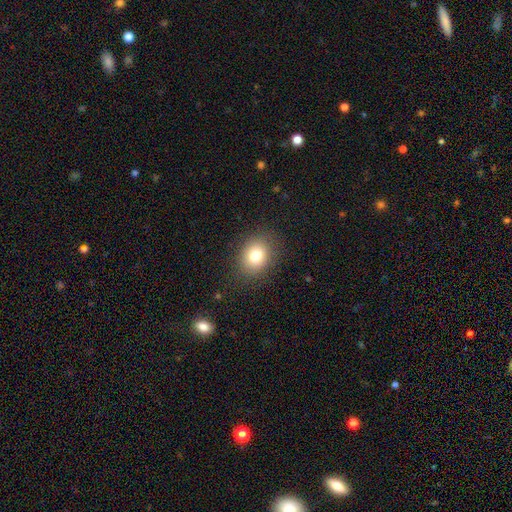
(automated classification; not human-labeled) Smooth or featured? Predicted: smooth (p=0.79). How rounded? Predicted: round (p=0.56). Merging? Predicted: none (p=0.85).